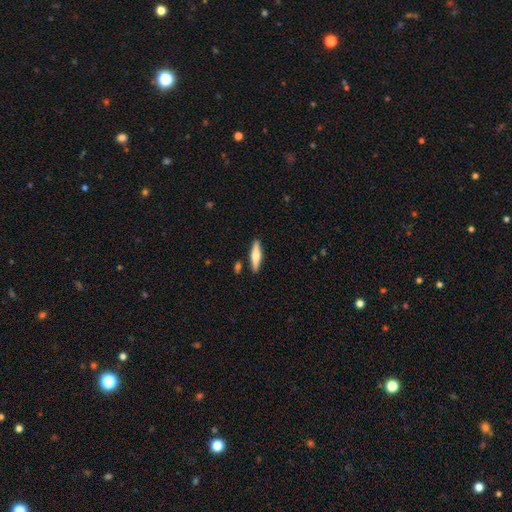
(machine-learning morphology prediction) Smooth or featured? Predicted: smooth (p=0.50). How rounded? Predicted: cigar-shaped (p=0.74). Merging? Predicted: none (p=0.87).